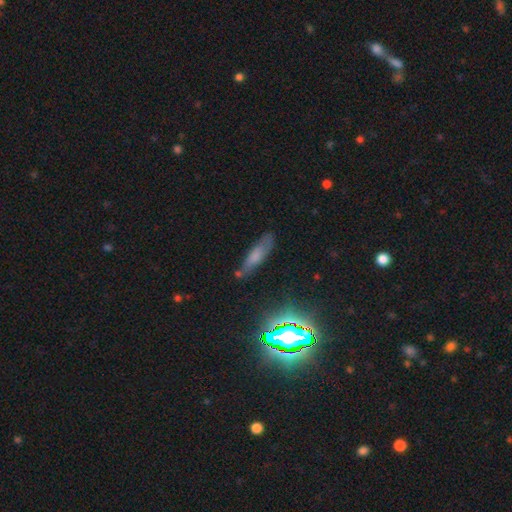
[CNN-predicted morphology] smooth-or-featured: smooth: 57% | featured or disk: 26% | star or artifact: 17%
  how-rounded: cigar-shaped: 66% | in between: 31% | round: 3%
  merging: none: 68% | minor disturbance: 21% | major disturbance: 6% | merger: 4%